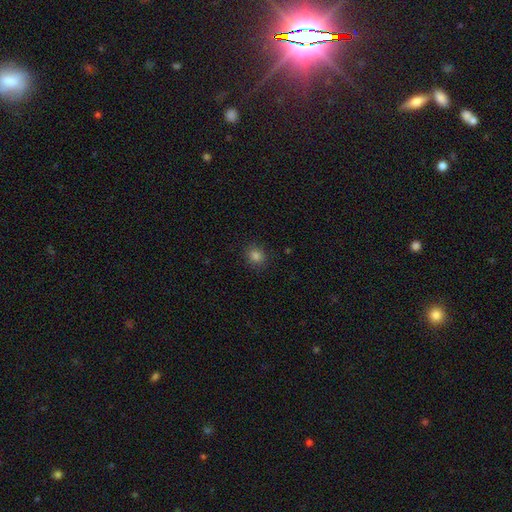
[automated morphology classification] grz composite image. It shows a smooth galaxy with no disk features (82%) that is round (78%). Merging: none (89%).